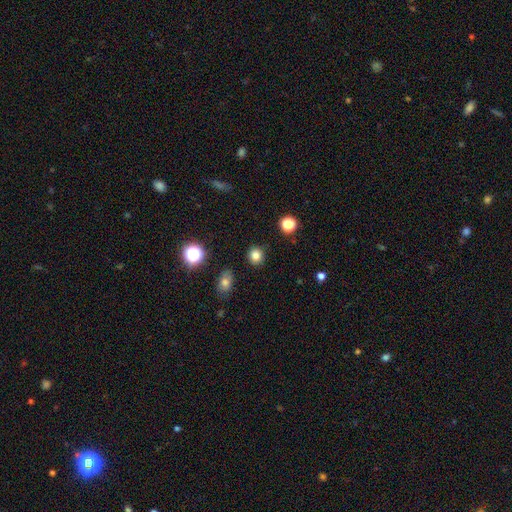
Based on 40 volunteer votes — A smooth galaxy with no disk features (92%) that is round (84%). Merging: none (87%).